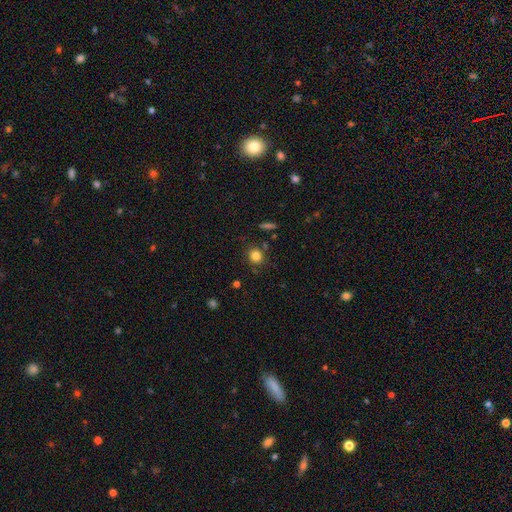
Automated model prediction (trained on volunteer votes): Morphology: type=smooth (83%); roundness=round (87%); merging=none (82%).